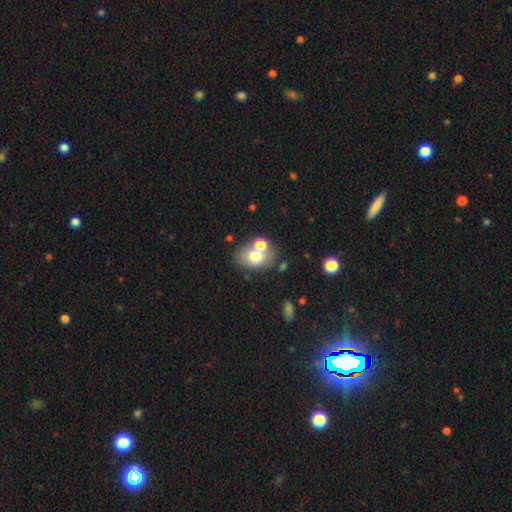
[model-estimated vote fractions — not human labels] A smooth galaxy with no disk features (67%) that is in between round and cigar-shaped (58%). Merging: none (51%).